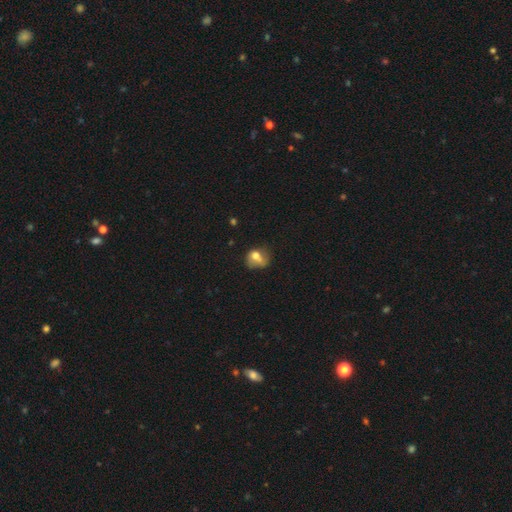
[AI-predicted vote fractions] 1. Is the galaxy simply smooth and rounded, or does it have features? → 66% smooth, 23% featured or disk, 12% star or artifact.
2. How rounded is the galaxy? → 58% round, 41% in between, 1% cigar-shaped.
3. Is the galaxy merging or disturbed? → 34% none, 26% minor disturbance, 20% major disturbance, 19% merger.